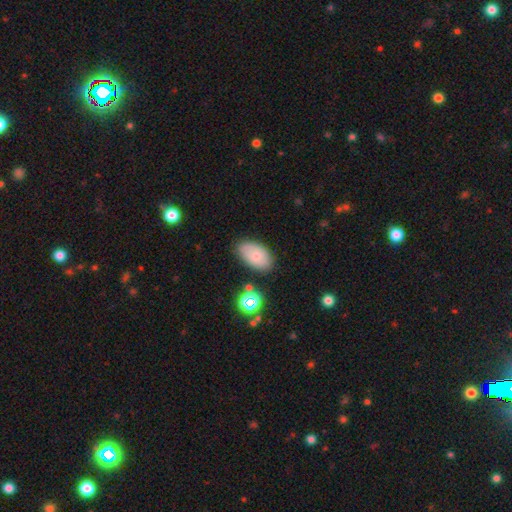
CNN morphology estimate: smooth 74%, featured or disk 17%, star or artifact 10%. Down the decision tree: how rounded — in between (92%); merging — none (77%).